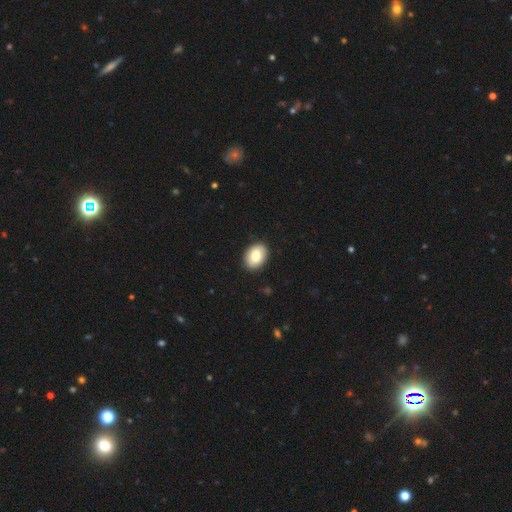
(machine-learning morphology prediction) smooth-or-featured: smooth: 82% | featured or disk: 11% | star or artifact: 7%
  how-rounded: in between: 79% | round: 20% | cigar-shaped: 1%
  merging: none: 90% | minor disturbance: 8% | major disturbance: 2% | merger: 1%